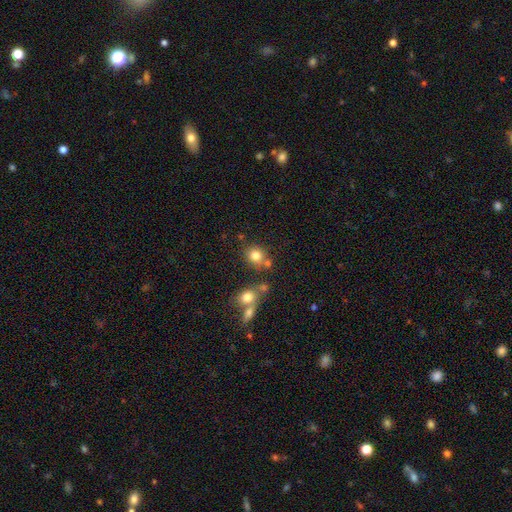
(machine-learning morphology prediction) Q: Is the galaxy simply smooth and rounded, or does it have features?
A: smooth — 78%.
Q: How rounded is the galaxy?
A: round — 75%.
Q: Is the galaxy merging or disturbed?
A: none — 64%.